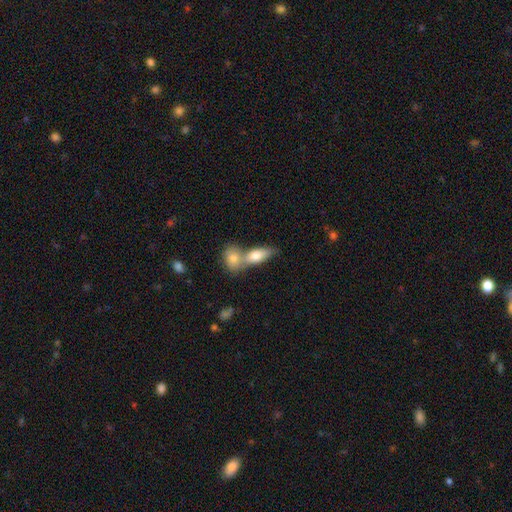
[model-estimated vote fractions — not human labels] This is likely a smooth galaxy (75%). How rounded: likely in between (73%). Merging: possibly merger (57%).